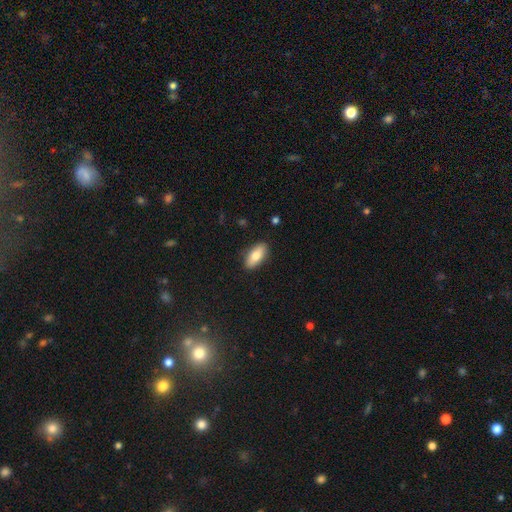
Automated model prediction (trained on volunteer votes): smooth-or-featured: smooth: 78% | featured or disk: 16% | star or artifact: 6%
  how-rounded: in between: 84% | cigar-shaped: 14% | round: 2%
  merging: none: 88% | minor disturbance: 9% | major disturbance: 2% | merger: 1%